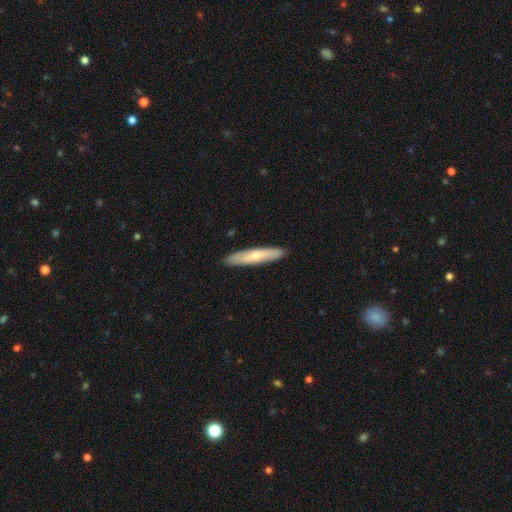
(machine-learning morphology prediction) Smooth or featured: smooth — 64% (featured or disk — 31%)
How rounded: cigar-shaped — 88% (in between — 10%)
Merging: none — 90% (minor disturbance — 8%)